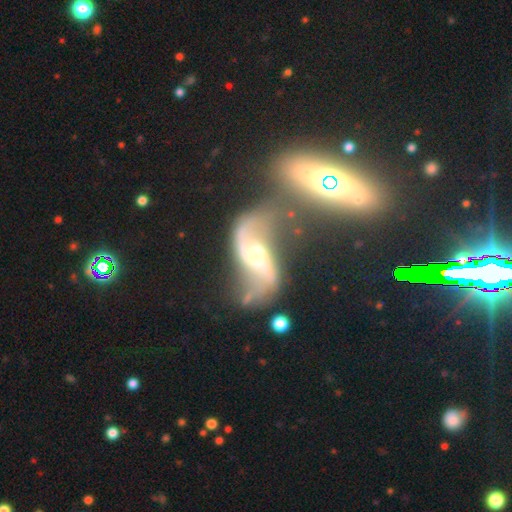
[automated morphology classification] Smooth or featured? Predicted: featured or disk (p=0.84). Edge-on disk? Predicted: no (p=0.95). Bar? Predicted: no (p=0.46). Spiral arms? Predicted: yes (p=0.92). Spiral winding? Predicted: loose (p=0.81). Spiral arm count? Predicted: 2 (p=0.90). Bulge size? Predicted: moderate (p=0.48). Merging? Predicted: merger (p=0.42).